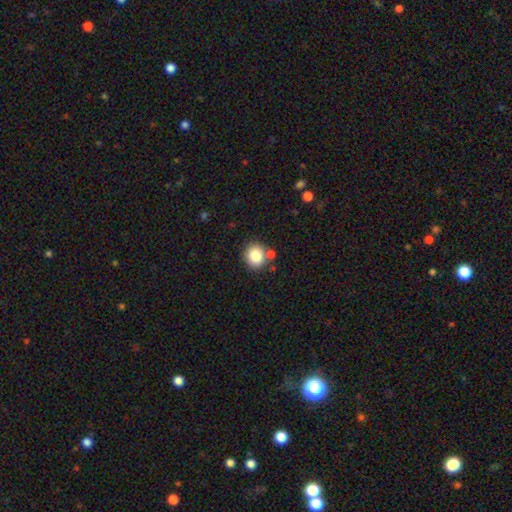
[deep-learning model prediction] smooth 83%, star or artifact 10%, featured or disk 7%. Down the decision tree: how rounded — round (78%); merging — none (76%).